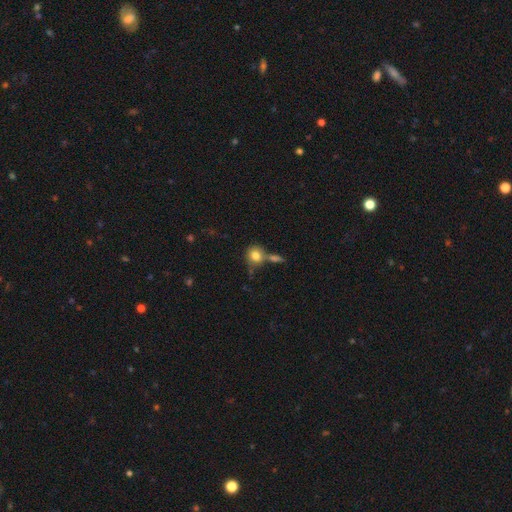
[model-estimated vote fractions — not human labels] A smooth galaxy with no disk features (80%) that is round (76%). Merging: none (47%).